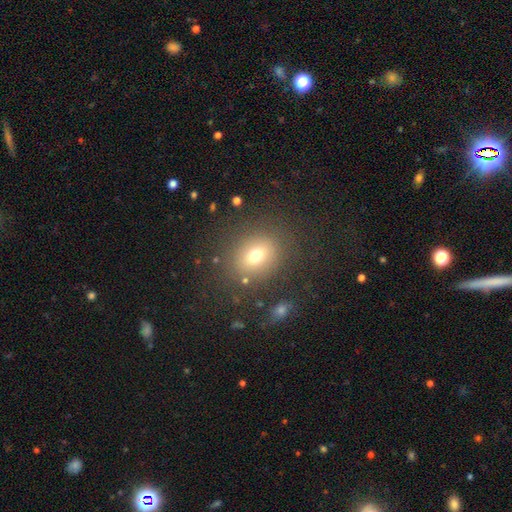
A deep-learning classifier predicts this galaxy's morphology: Smooth or featured?
  - smooth: 71% *
  - star or artifact: 15%
  - featured or disk: 14%
How rounded?
  - round: 51% *
  - in between: 48%
  - cigar-shaped: 1%
Merging?
  - none: 81% *
  - minor disturbance: 11%
  - major disturbance: 6%
  - merger: 3%